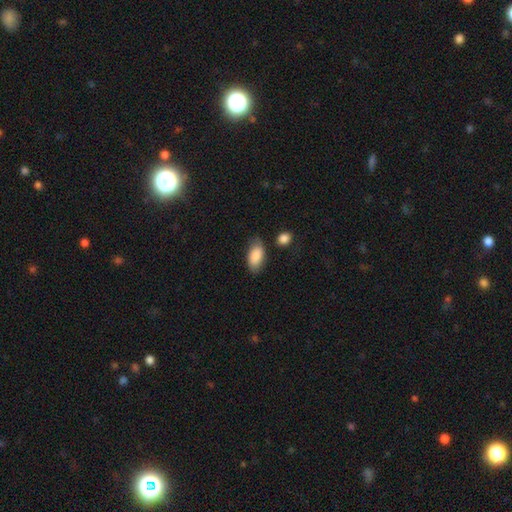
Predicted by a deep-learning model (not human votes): Smooth or featured: smooth — 87% (featured or disk — 7%)
How rounded: in between — 93% (cigar-shaped — 4%)
Merging: none — 75% (minor disturbance — 17%)